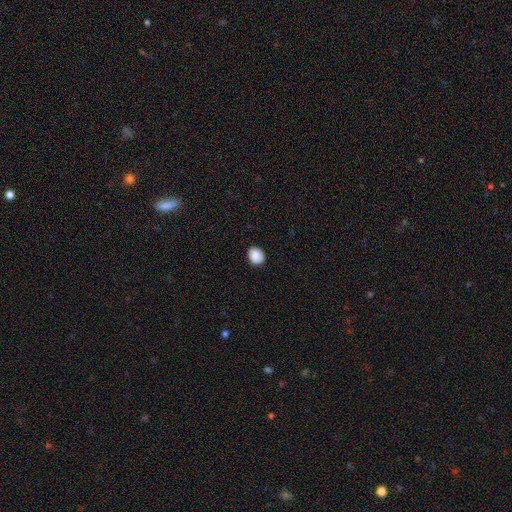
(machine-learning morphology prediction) Smooth or featured?
  - smooth: 88% *
  - star or artifact: 8%
  - featured or disk: 4%
How rounded?
  - round: 69% *
  - in between: 31%
  - cigar-shaped: 1%
Merging?
  - none: 88% *
  - minor disturbance: 9%
  - major disturbance: 2%
  - merger: 1%